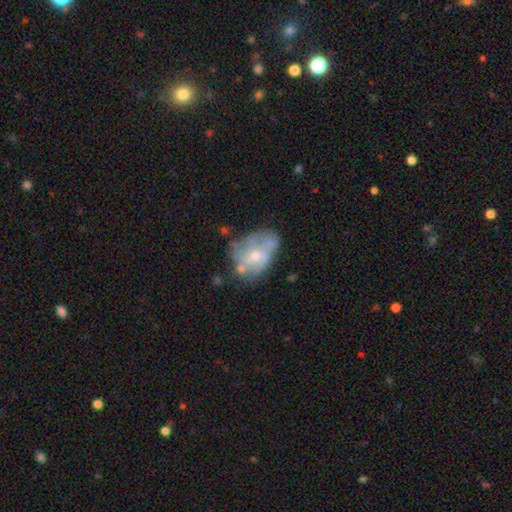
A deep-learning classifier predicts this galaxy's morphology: featured or disk 65%, smooth 27%, star or artifact 8%. Down the decision tree: edge-on disk — no (97%); bar — no (75%); spiral arms — yes (53%); bulge size — small (52%); merging — none (46%).